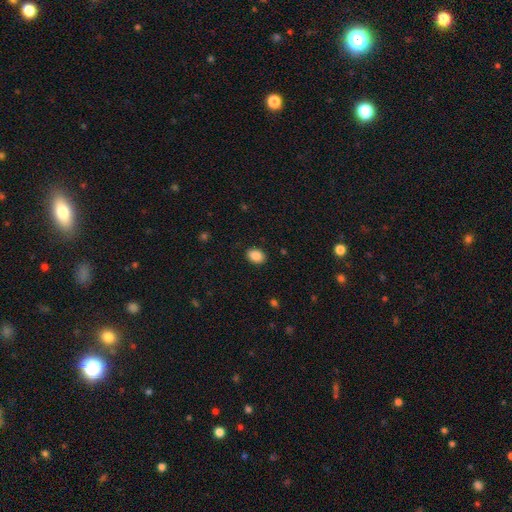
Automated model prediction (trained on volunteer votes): A smooth galaxy with no disk features (88%) that is in between round and cigar-shaped (74%).

Vote fractions:
- Smooth or featured? smooth: 88% / star or artifact: 8% / featured or disk: 4%
- How rounded? in between: 74% / round: 25% / cigar-shaped: 1%
- Merging? none: 89% / minor disturbance: 8% / major disturbance: 2% / merger: 1%